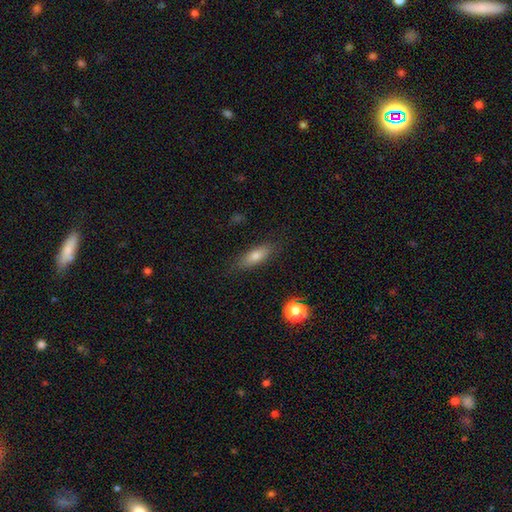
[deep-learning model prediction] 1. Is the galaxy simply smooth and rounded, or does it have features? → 73% smooth, 18% featured or disk, 9% star or artifact.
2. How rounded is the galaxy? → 59% in between, 37% cigar-shaped, 4% round.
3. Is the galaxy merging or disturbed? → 84% none, 12% minor disturbance, 3% major disturbance, 1% merger.